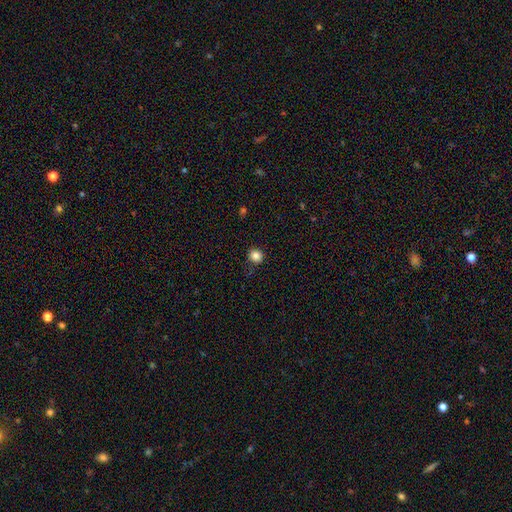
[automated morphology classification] A smooth galaxy with no disk features (84%) that is round (89%). Merging: none (87%).